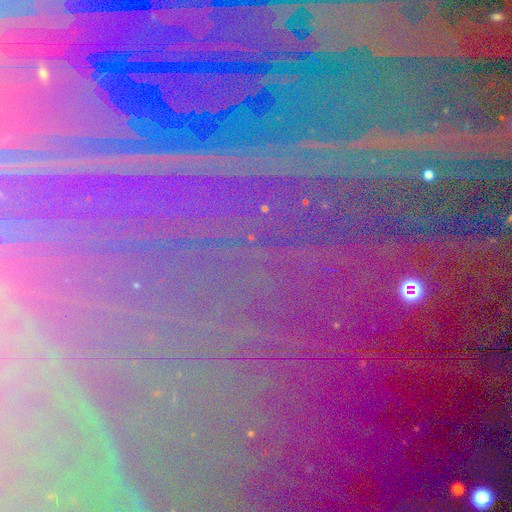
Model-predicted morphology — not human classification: star or artifact 87%, featured or disk 7%, smooth 7%.